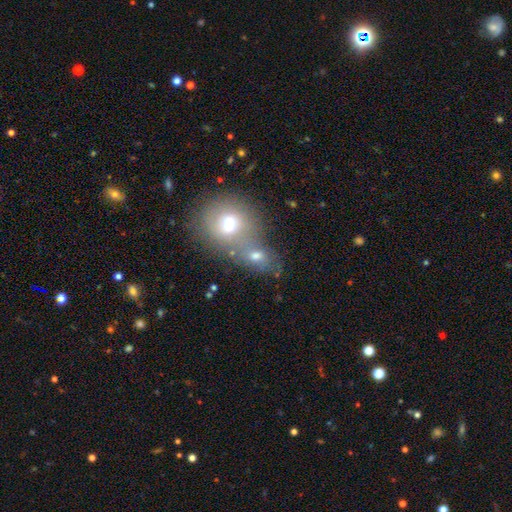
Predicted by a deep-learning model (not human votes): Smooth or featured: smooth — 61% (featured or disk — 23%)
How rounded: round — 49% (in between — 48%)
Merging: merger — 62% (none — 25%)